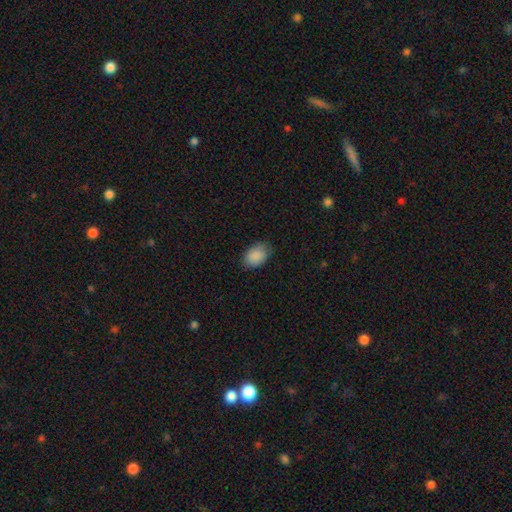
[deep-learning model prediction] smooth-or-featured: smooth: 90% | star or artifact: 7% | featured or disk: 4%
  how-rounded: in between: 84% | round: 15% | cigar-shaped: 1%
  merging: none: 82% | minor disturbance: 14% | major disturbance: 3% | merger: 1%